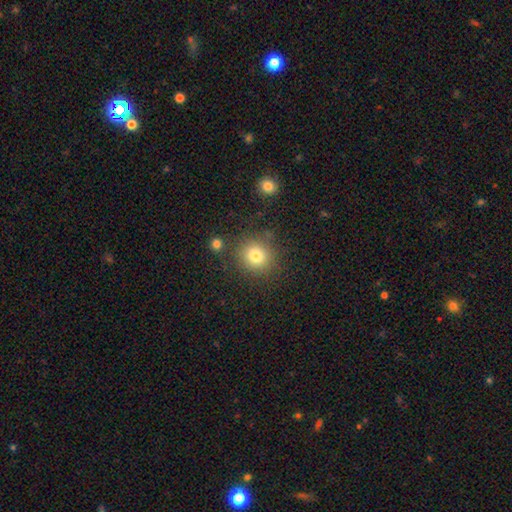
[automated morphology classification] type=smooth (79%); roundness=round (88%); merging=none (82%).